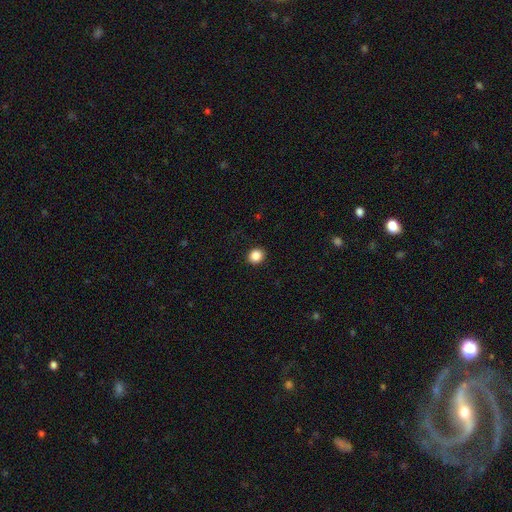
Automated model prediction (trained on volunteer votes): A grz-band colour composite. It shows a smooth galaxy with no disk features (87%) that is round (74%). Merging: none (92%).